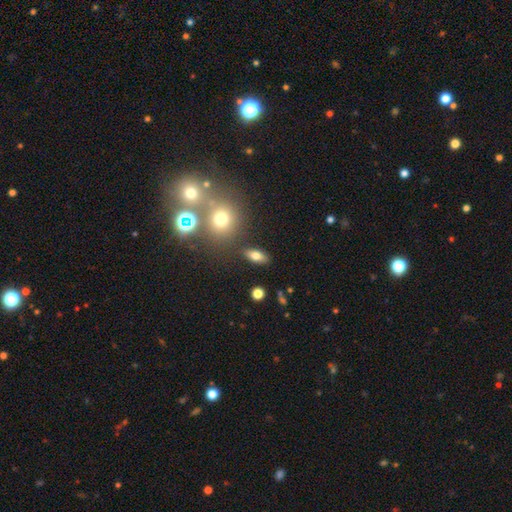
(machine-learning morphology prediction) This appears to be a smooth galaxy with no disk features (72%) that is in between round and cigar-shaped (79%). Merging: none (85%).